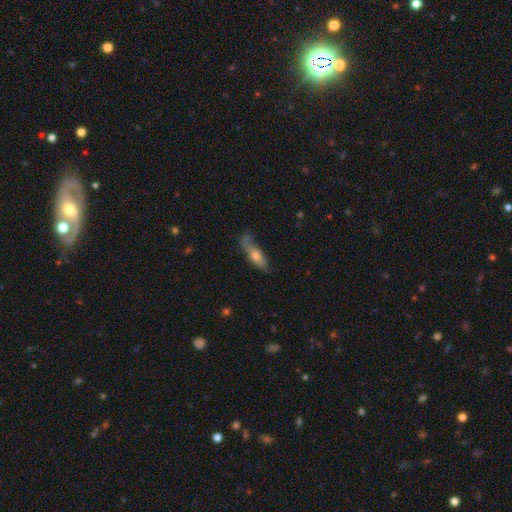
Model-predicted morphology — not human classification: smooth_or_featured: smooth (p=0.55) [alt: featured or disk p=0.37]
how_rounded: cigar-shaped (p=0.54) [alt: in between p=0.43]
merging: none (p=0.50) [alt: minor disturbance p=0.29]